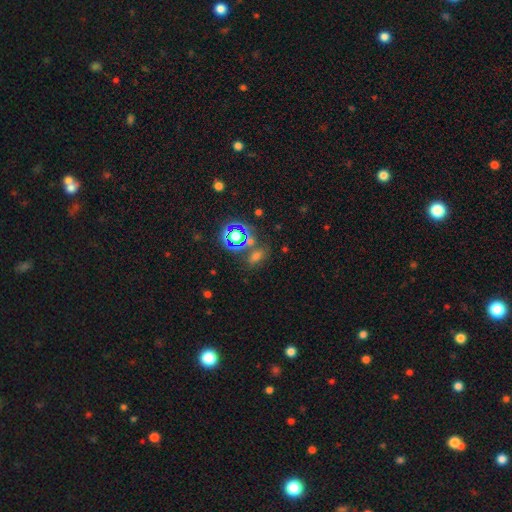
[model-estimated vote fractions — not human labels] A star or artifact, not a galaxy (49%).

Vote fractions:
- Smooth or featured? star or artifact: 49% / smooth: 39% / featured or disk: 11%